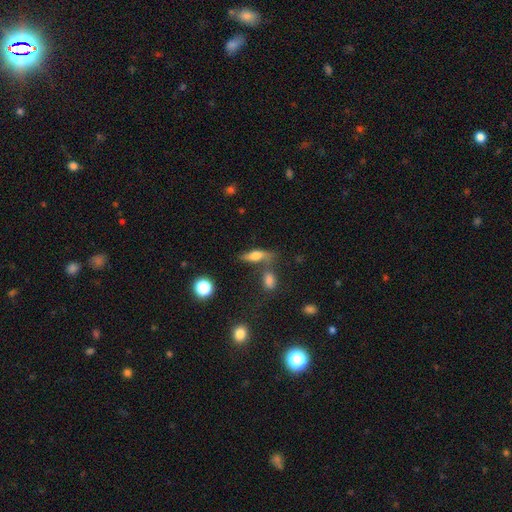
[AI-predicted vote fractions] A smooth galaxy with no disk features (59%) that is in between round and cigar-shaped (55%).

Vote fractions:
- Smooth or featured? smooth: 59% / featured or disk: 30% / star or artifact: 11%
- How rounded? in between: 55% / cigar-shaped: 40% / round: 5%
- Merging? none: 53% / merger: 23% / minor disturbance: 16% / major disturbance: 7%